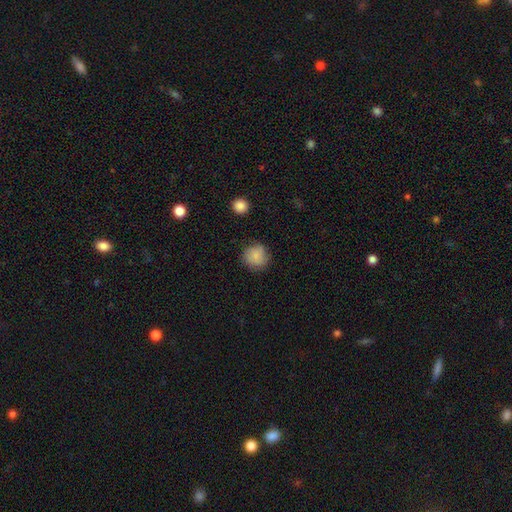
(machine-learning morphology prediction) Smooth or featured: smooth — 83% (star or artifact — 8%)
How rounded: round — 91% (in between — 8%)
Merging: none — 81% (minor disturbance — 14%)